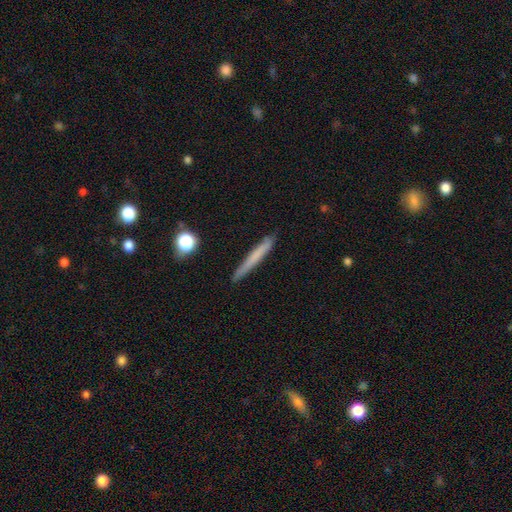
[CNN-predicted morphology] This is likely a smooth galaxy (65%). How rounded: clearly cigar-shaped (96%). Merging: clearly none (89%).